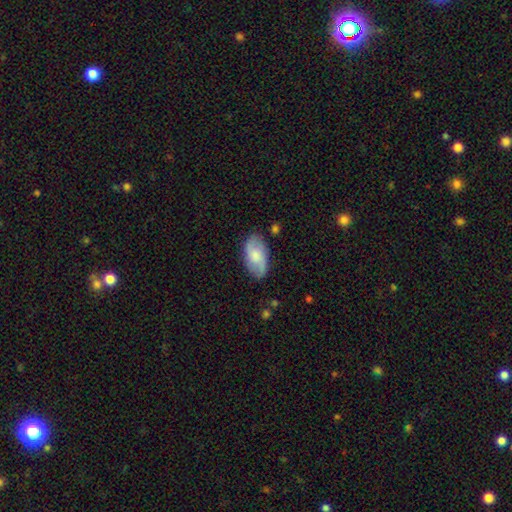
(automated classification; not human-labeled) Q: Smooth or featured?
A: smooth (52%); runner-up: featured or disk (41%)
Q: How rounded?
A: in between (93%); runner-up: round (4%)
Q: Merging?
A: none (77%); runner-up: minor disturbance (17%)